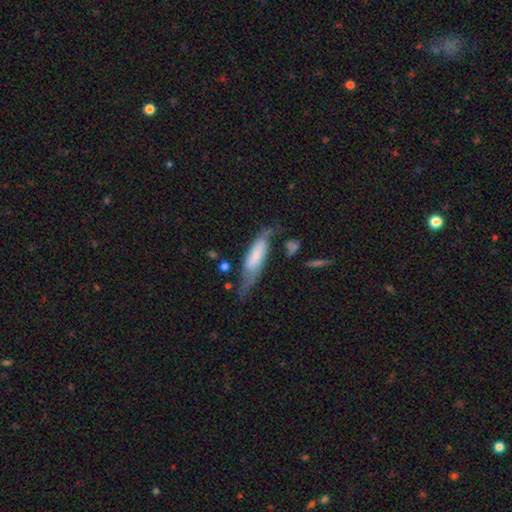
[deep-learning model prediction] Overall: featured or disk (49%; smooth 44%). Merging: none (42%; minor disturbance 29%).